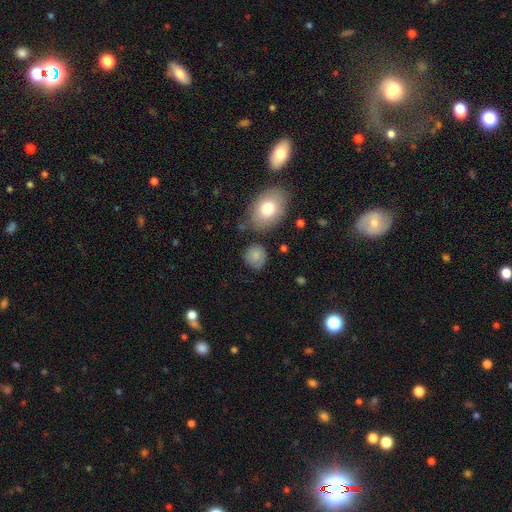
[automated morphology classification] Smooth or featured?
  - smooth: 80% *
  - featured or disk: 11%
  - star or artifact: 9%
How rounded?
  - round: 79% *
  - in between: 20%
  - cigar-shaped: 1%
Merging?
  - none: 73% *
  - minor disturbance: 18%
  - major disturbance: 5%
  - merger: 4%